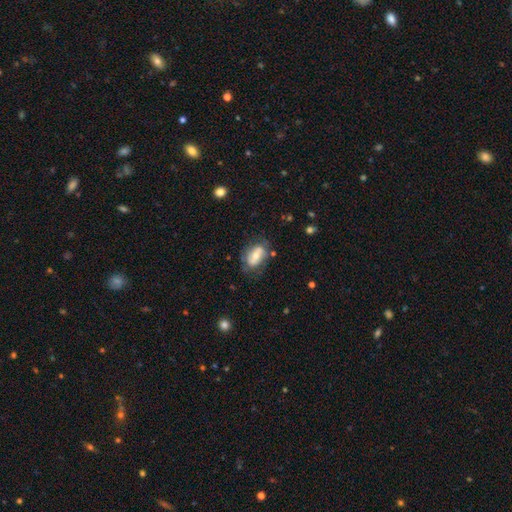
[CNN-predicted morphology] type=featured or disk (49%); merging=none (64%).